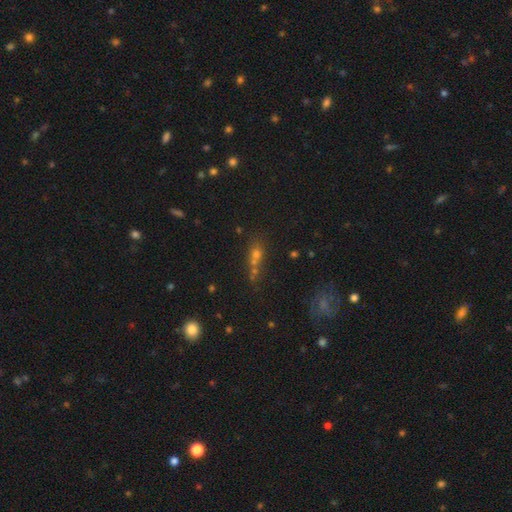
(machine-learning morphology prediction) smooth 50%, star or artifact 34%, featured or disk 16%. Down the decision tree: merging — none (43%).